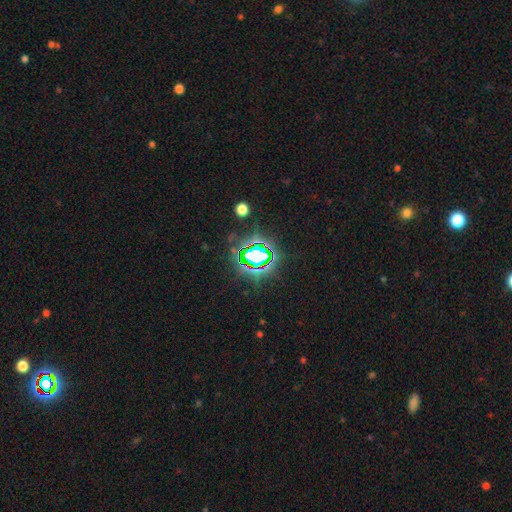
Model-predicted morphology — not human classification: star or artifact 83%, smooth 10%, featured or disk 7%.